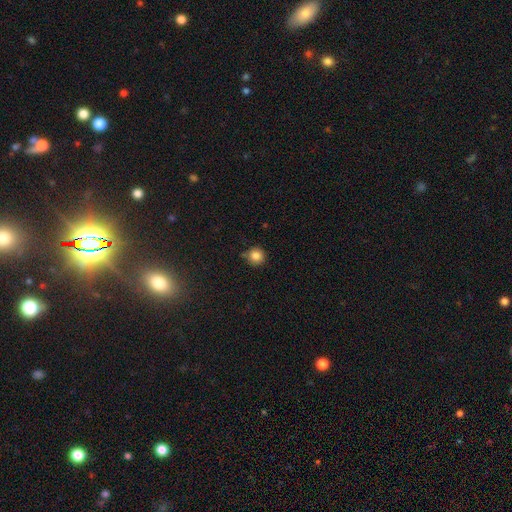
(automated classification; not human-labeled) Overall: smooth (85%). How rounded: round (93%). Merging: none (78%).